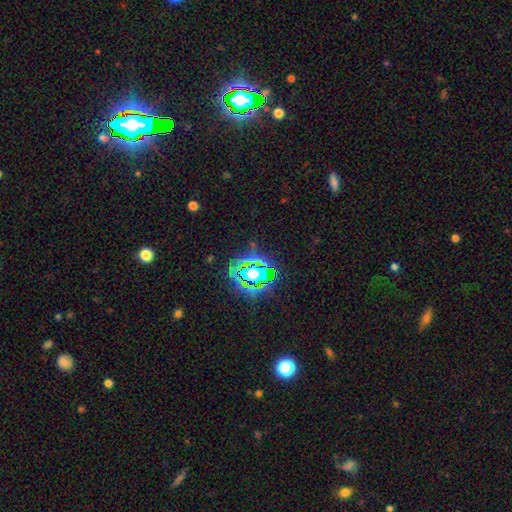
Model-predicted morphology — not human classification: This appears to be a star or artifact, not a galaxy (81%).